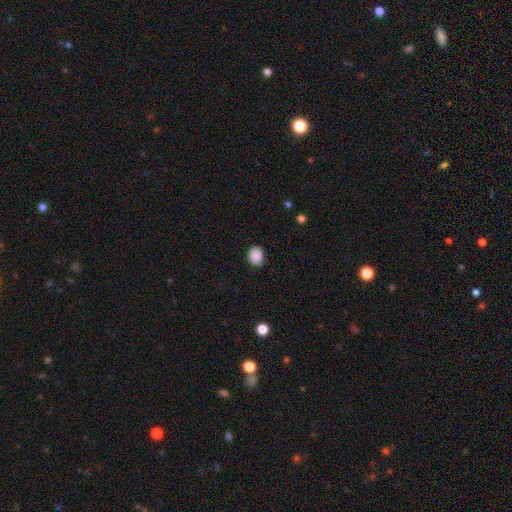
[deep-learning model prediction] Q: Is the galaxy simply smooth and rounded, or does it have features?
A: smooth — 89%.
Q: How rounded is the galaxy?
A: in between — 59%.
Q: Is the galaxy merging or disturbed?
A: none — 86%.